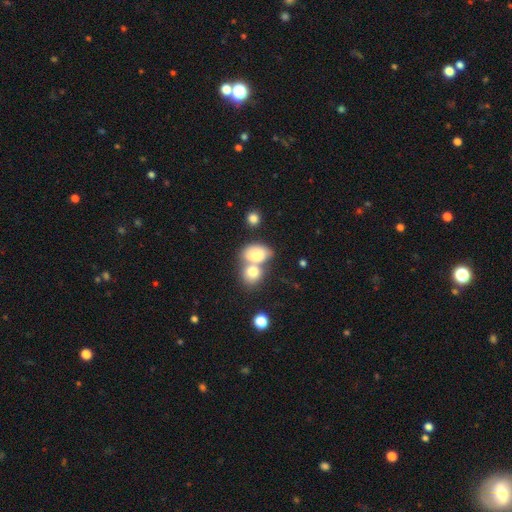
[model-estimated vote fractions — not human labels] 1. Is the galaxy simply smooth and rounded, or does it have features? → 77% smooth, 14% featured or disk, 9% star or artifact.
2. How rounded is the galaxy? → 69% in between, 29% round, 2% cigar-shaped.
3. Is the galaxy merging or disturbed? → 59% merger, 27% none, 9% minor disturbance, 5% major disturbance.